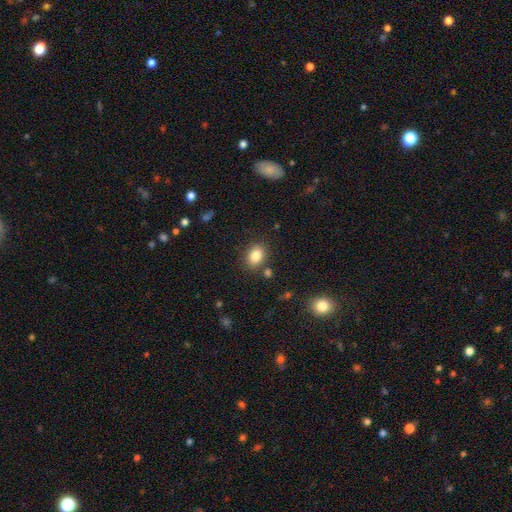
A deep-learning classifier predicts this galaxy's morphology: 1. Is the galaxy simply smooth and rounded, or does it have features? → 84% smooth, 9% star or artifact, 7% featured or disk.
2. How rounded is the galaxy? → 71% in between, 28% round, 1% cigar-shaped.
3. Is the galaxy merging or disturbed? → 81% none, 11% minor disturbance, 5% merger, 3% major disturbance.